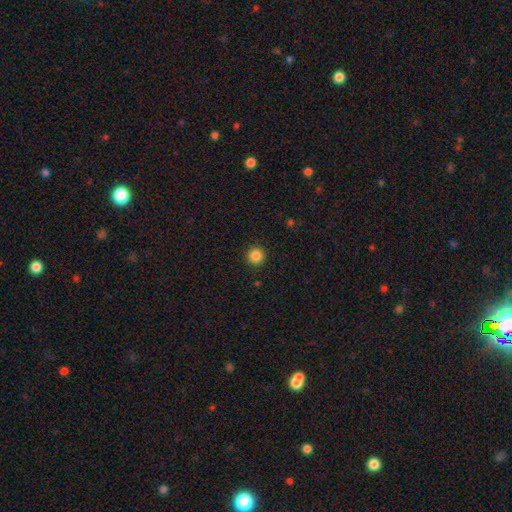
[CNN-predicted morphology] This is clearly a smooth galaxy (86%). How rounded: clearly round (95%). Merging: clearly none (92%).